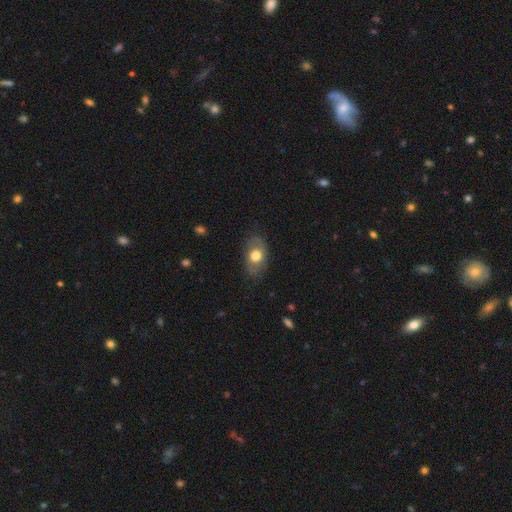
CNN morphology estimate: A smooth galaxy with no disk features (64%) that is in between round and cigar-shaped (84%). Merging: none (77%).